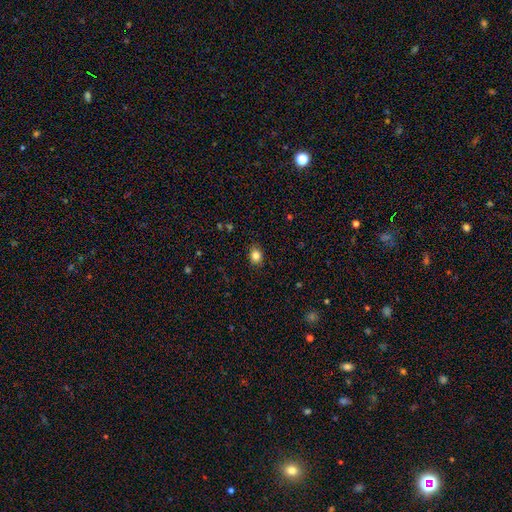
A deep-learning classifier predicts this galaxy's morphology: type=smooth (84%); roundness=in between (50%); merging=none (85%).